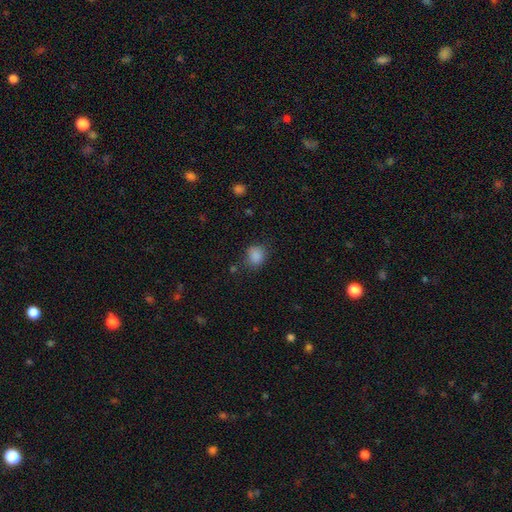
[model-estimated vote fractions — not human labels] Smooth or featured? Predicted: smooth (p=0.85). How rounded? Predicted: round (p=0.66). Merging? Predicted: none (p=0.73).